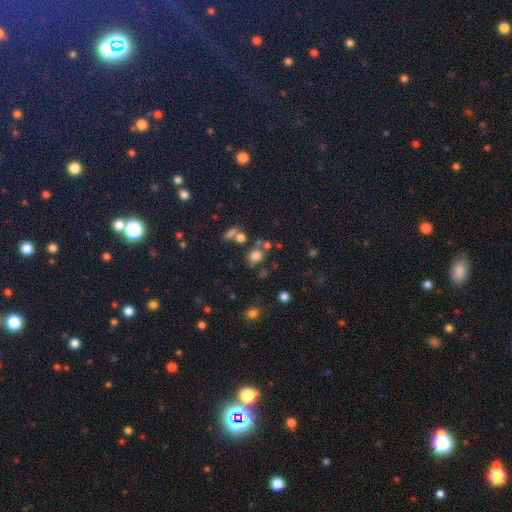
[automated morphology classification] A smooth galaxy with no disk features (74%) that is round (70%). Merging: none (66%).